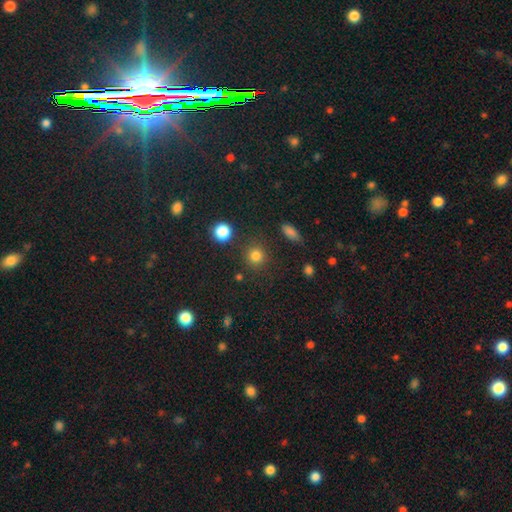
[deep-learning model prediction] Morphology: type=smooth (80%); roundness=round (91%); merging=none (87%).